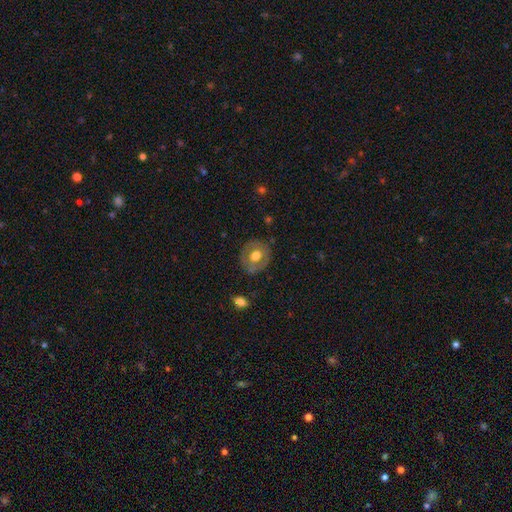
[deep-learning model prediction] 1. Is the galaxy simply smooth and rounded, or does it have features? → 53% smooth, 41% featured or disk, 7% star or artifact.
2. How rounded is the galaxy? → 78% round, 21% in between, 1% cigar-shaped.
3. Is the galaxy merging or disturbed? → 80% none, 14% minor disturbance, 4% major disturbance, 2% merger.